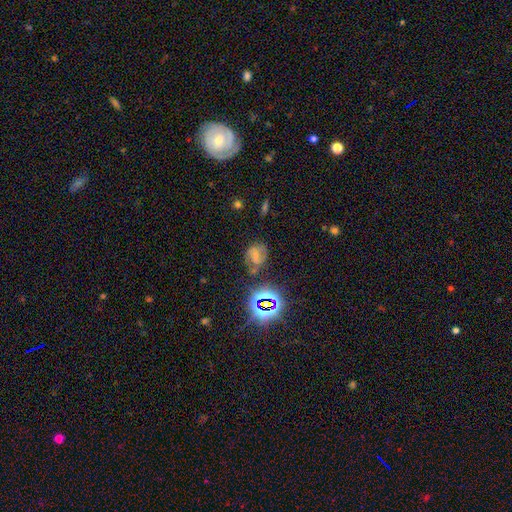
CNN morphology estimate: Smooth or featured: featured or disk — 38% (smooth — 36%)
Merging: none — 61% (minor disturbance — 21%)